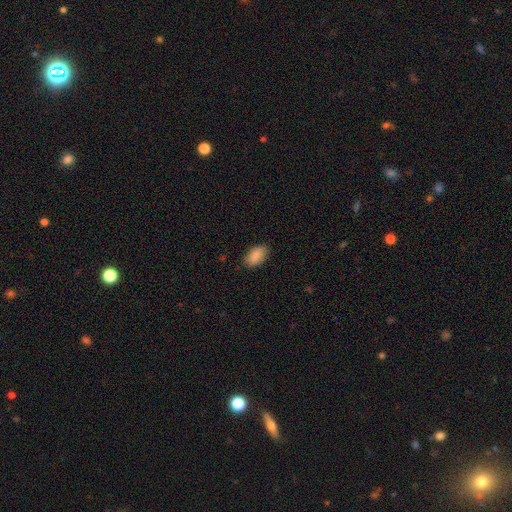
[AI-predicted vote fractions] Smooth or featured?
  - smooth: 89% *
  - star or artifact: 7%
  - featured or disk: 4%
How rounded?
  - in between: 94% *
  - round: 4%
  - cigar-shaped: 2%
Merging?
  - none: 84% *
  - minor disturbance: 12%
  - major disturbance: 3%
  - merger: 1%